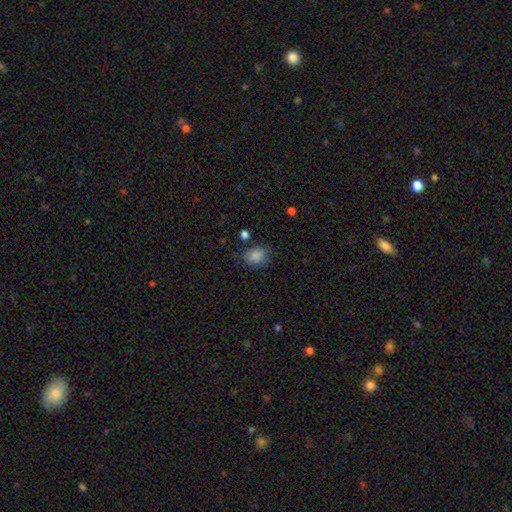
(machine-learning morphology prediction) This is clearly a smooth galaxy (86%). How rounded: possibly in between (53%). Merging: likely none (77%).